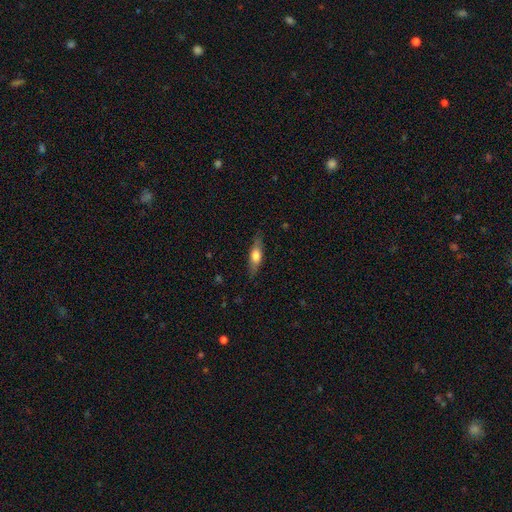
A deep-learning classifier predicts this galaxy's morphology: This appears to be a smooth galaxy with no disk features (56%) that is cigar-shaped (55%). Merging: none (82%).